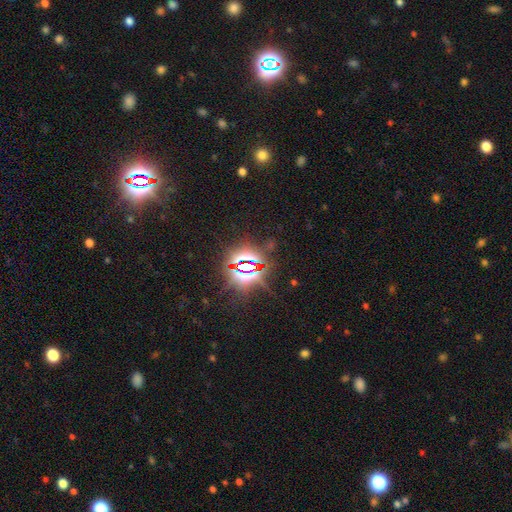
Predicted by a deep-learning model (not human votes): smooth-or-featured: star or artifact: 83% | smooth: 11% | featured or disk: 6%